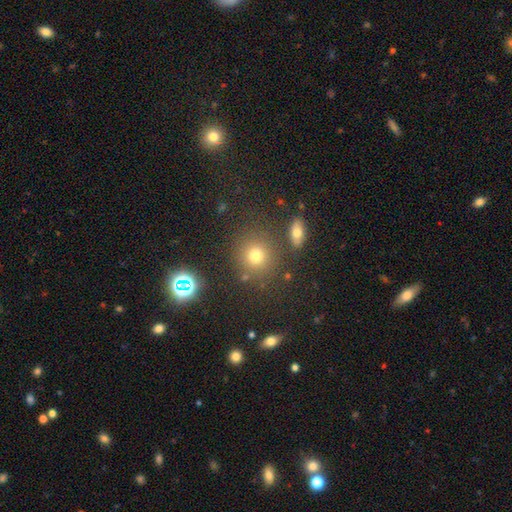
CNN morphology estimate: type=smooth (70%); roundness=round (88%); merging=none (81%).